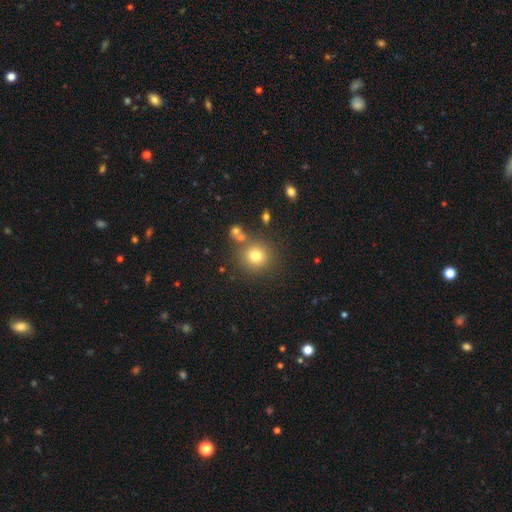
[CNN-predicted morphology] A smooth galaxy with no disk features (77%) that is round (93%). Merging: none (79%).